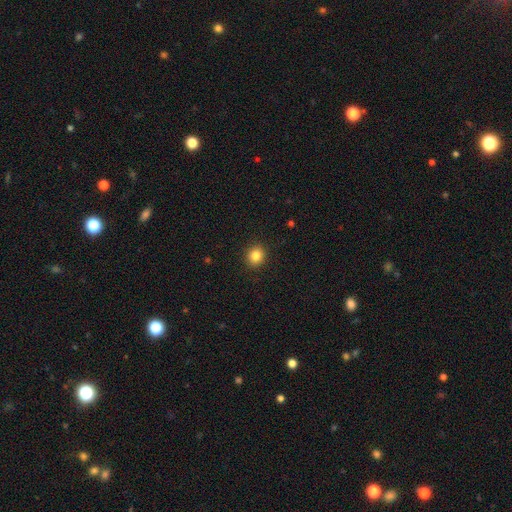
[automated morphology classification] Overall: smooth (84%). How rounded: round (83%). Merging: none (92%).